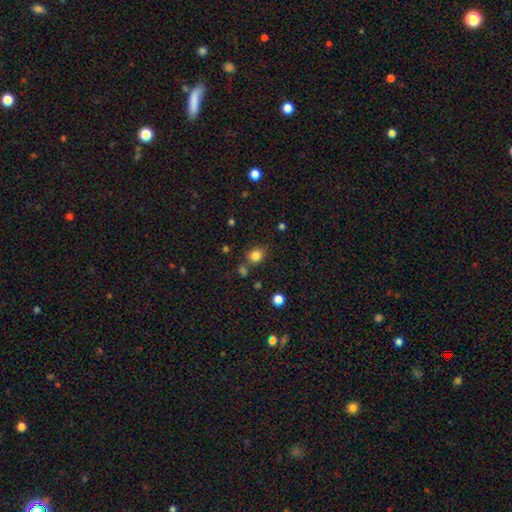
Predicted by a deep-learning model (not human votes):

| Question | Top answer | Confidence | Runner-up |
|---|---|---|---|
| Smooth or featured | smooth | 82% | star or artifact (12%) |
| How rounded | round | 67% | in between (32%) |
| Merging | none | 72% | minor disturbance (14%) |